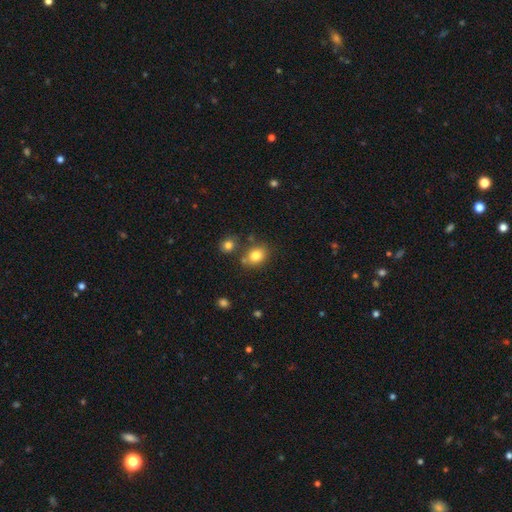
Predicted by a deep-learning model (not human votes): This appears to be a smooth galaxy with no disk features (81%) that is round (51%). Merging: none (71%).